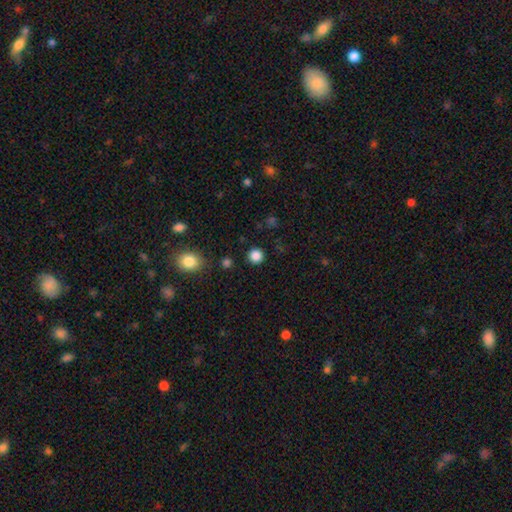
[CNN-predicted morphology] This is clearly a smooth galaxy (85%). How rounded: clearly round (94%). Merging: clearly none (90%).